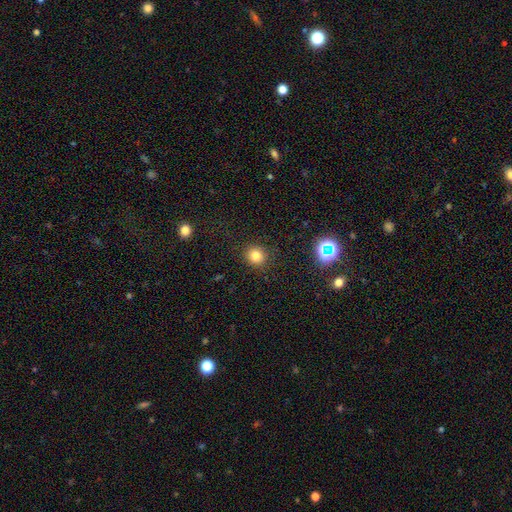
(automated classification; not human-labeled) Q: Smooth or featured?
A: smooth (80%); runner-up: star or artifact (14%)
Q: How rounded?
A: round (86%); runner-up: in between (13%)
Q: Merging?
A: none (89%); runner-up: minor disturbance (7%)